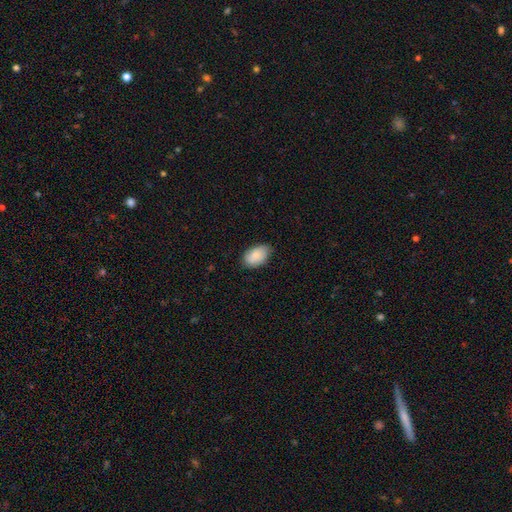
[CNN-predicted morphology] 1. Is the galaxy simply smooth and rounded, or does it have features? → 88% smooth, 6% featured or disk, 6% star or artifact.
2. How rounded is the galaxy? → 93% in between, 6% round, 1% cigar-shaped.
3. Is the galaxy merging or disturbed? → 77% none, 19% minor disturbance, 3% major disturbance, 1% merger.